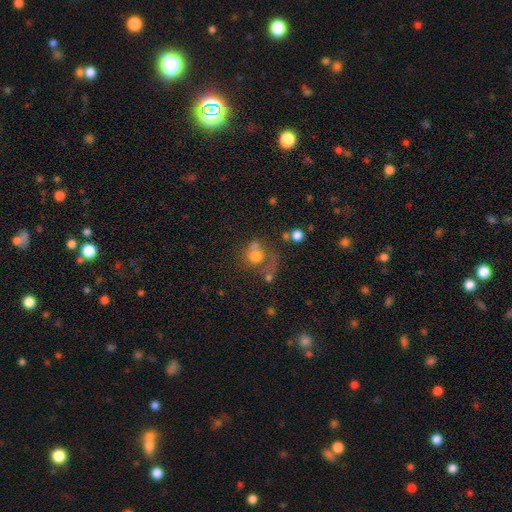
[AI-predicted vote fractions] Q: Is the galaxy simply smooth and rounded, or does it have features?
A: smooth — 68%.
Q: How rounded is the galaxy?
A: round — 80%.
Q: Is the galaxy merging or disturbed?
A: none — 37%.